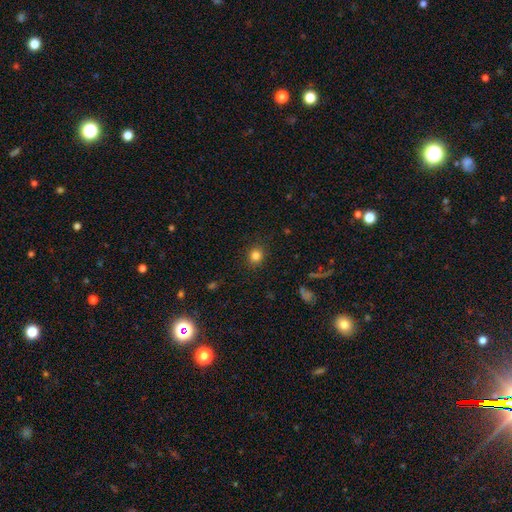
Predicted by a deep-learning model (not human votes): Smooth or featured? smooth (83%)
How rounded? round (82%)
Merging? none (89%)